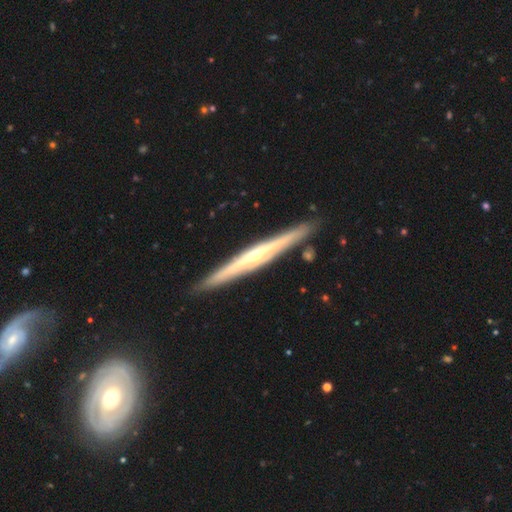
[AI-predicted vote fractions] A featured or disk galaxy (80%) viewed edge-on (97%) with a rounded central bulge (74%). Merging: none (90%).